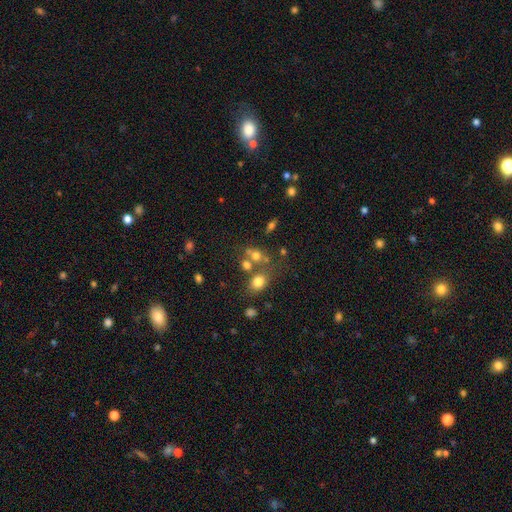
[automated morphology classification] Smooth or featured? smooth (65%)
How rounded? in between (53%)
Merging? none (46%)